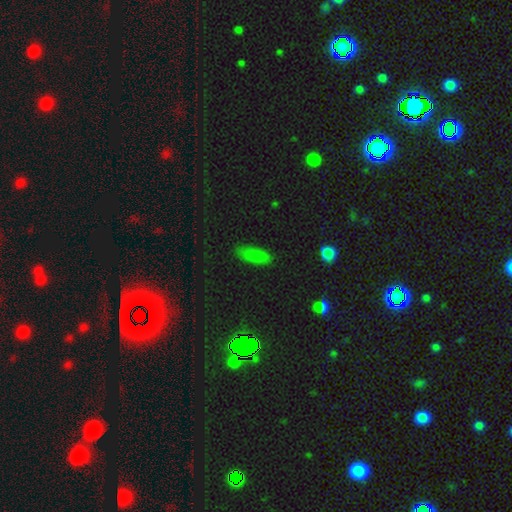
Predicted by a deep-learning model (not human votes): Smooth or featured? smooth (80%)
How rounded? in between (68%)
Merging? none (83%)